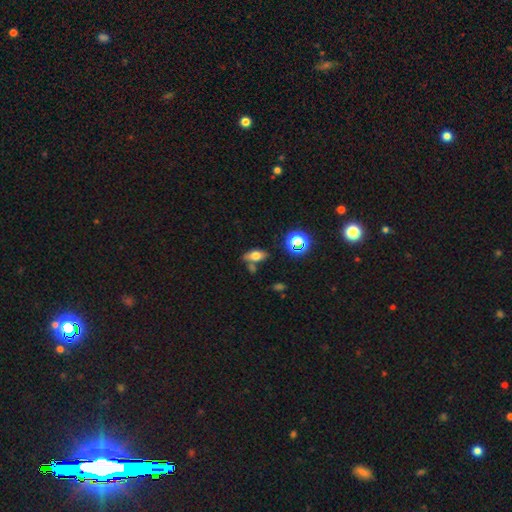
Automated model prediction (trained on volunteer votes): This appears to be a smooth galaxy with no disk features (66%) that is in between round and cigar-shaped (79%). Merging: none (65%).